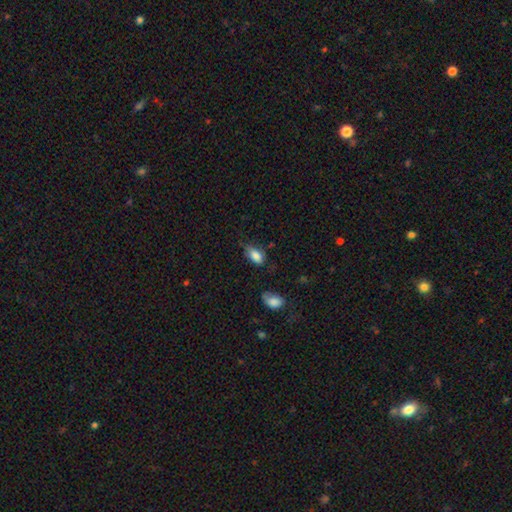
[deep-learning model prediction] This appears to be a smooth galaxy with no disk features (83%) that is in between round and cigar-shaped (91%). Merging: none (53%).